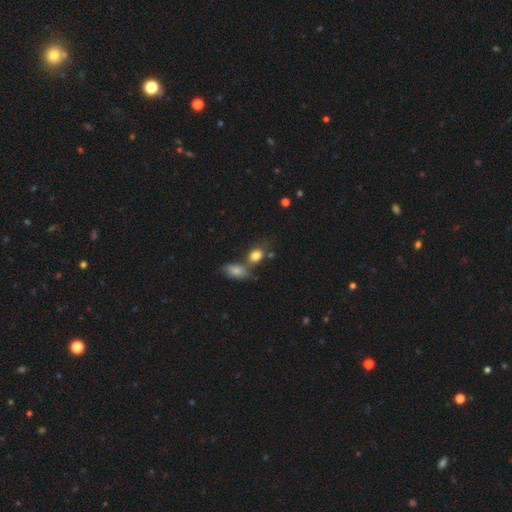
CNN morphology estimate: Smooth or featured? smooth (82%)
How rounded? in between (65%)
Merging? none (51%)